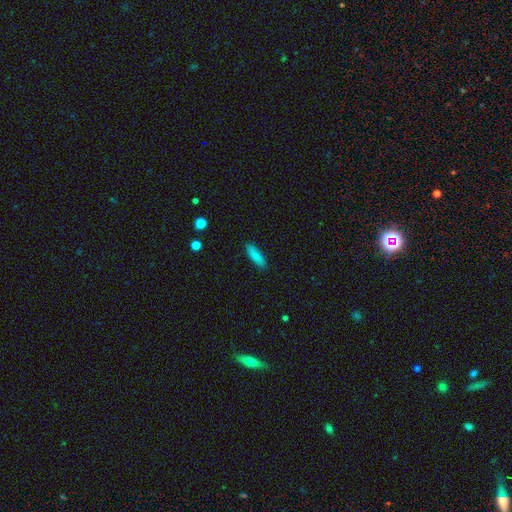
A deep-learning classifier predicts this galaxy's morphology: This appears to be a smooth galaxy with no disk features (86%) that is cigar-shaped (57%). Merging: none (88%).